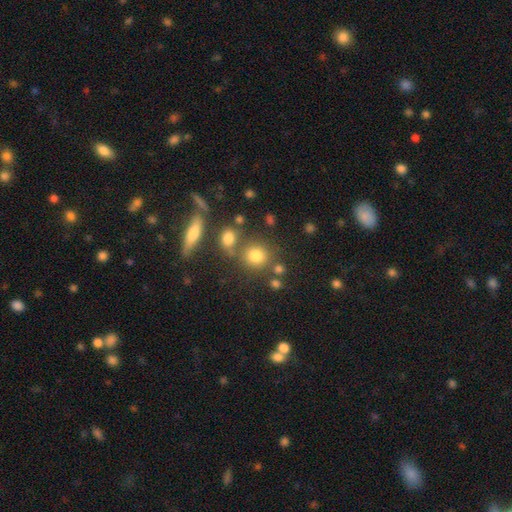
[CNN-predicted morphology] smooth 77%, star or artifact 14%, featured or disk 10%. Down the decision tree: how rounded — round (82%); merging — none (64%).